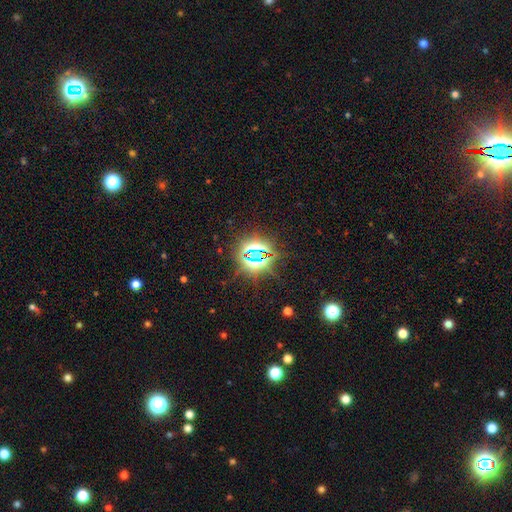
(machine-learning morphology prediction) Smooth or featured? Predicted: star or artifact (p=0.80).